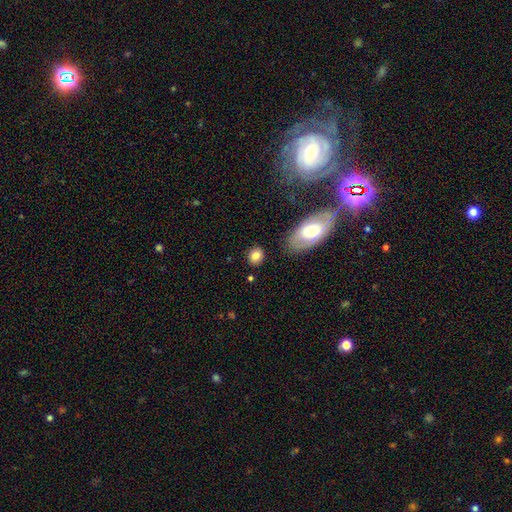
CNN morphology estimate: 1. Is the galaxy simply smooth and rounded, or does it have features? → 82% smooth, 9% featured or disk, 9% star or artifact.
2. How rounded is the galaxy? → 67% round, 31% in between, 2% cigar-shaped.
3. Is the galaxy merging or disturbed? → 85% none, 9% minor disturbance, 3% merger, 3% major disturbance.